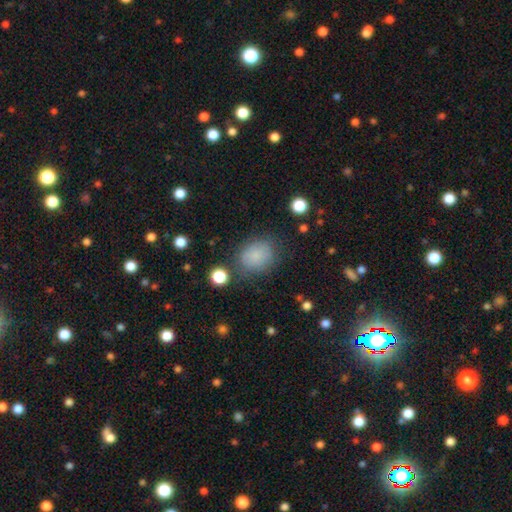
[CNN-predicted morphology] This is clearly a smooth galaxy (82%). How rounded: possibly round (52%). Merging: likely none (75%).